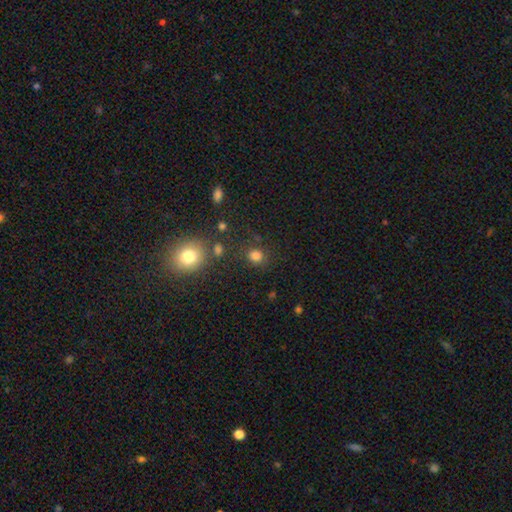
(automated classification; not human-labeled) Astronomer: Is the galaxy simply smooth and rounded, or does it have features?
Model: smooth — 80%.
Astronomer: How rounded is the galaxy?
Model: round — 75%.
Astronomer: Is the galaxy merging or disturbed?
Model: none — 79%.